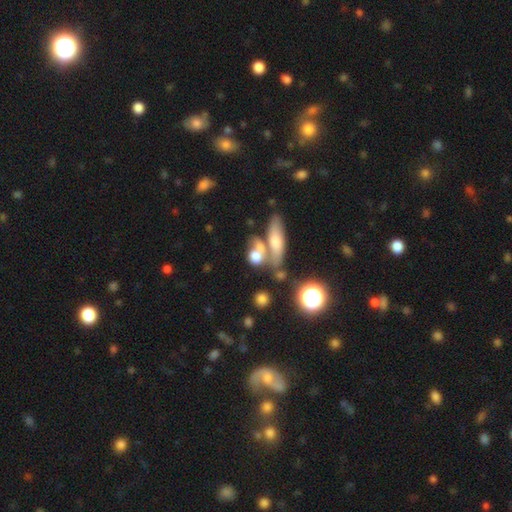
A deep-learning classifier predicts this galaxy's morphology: The model was most divided on "how rounded": round: 47%, in between: 41%, cigar-shaped: 13%. Remaining: smooth or featured — smooth (67%); merging — merger (47%).